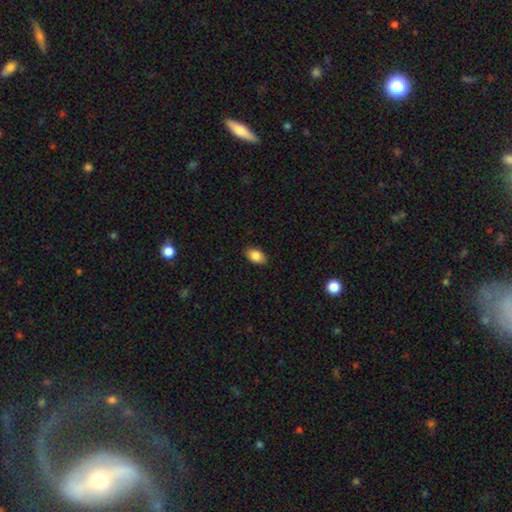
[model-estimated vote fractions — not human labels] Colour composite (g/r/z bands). It shows a smooth galaxy with no disk features (86%) that is in between round and cigar-shaped (91%). Merging: none (87%).